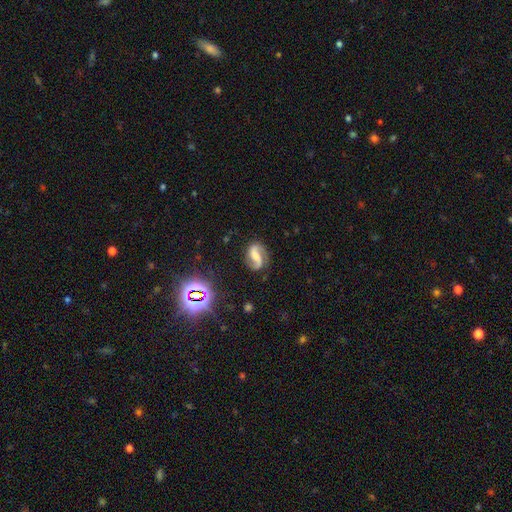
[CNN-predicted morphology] A featured or disk galaxy (80%) with a weak bar (37%), 2 (90%) loose (46%) spiral arms (96%) and a small central bulge (30%, tied with none). Merging: none (78%).